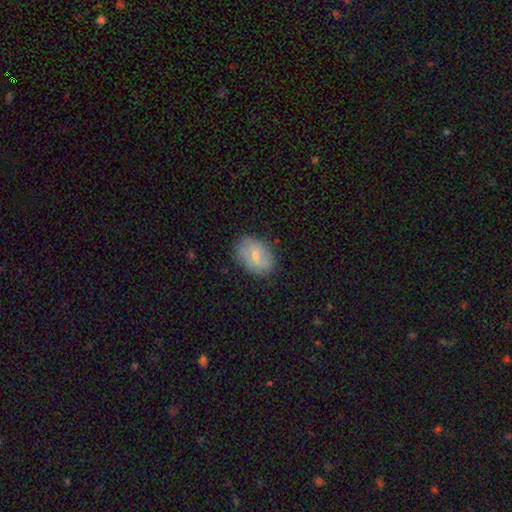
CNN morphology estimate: The model was most divided on "smooth or featured": smooth: 57%, featured or disk: 36%, star or artifact: 7%. More confident: how rounded — in between (80%); merging — none (75%).